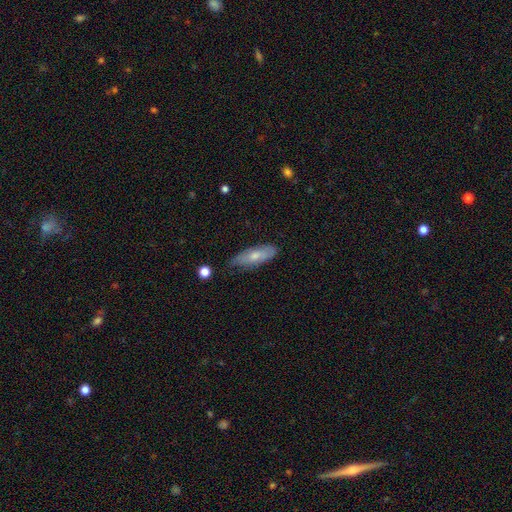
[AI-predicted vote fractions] Morphology: type=smooth (62%); roundness=in between (61%); merging=none (68%).